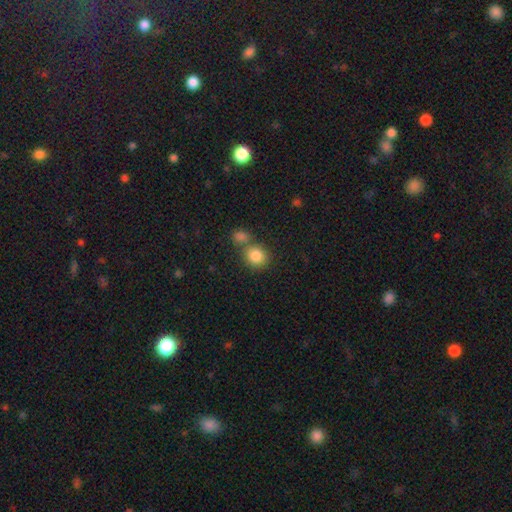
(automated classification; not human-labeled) Smooth or featured? smooth (84%)
How rounded? round (81%)
Merging? none (54%)